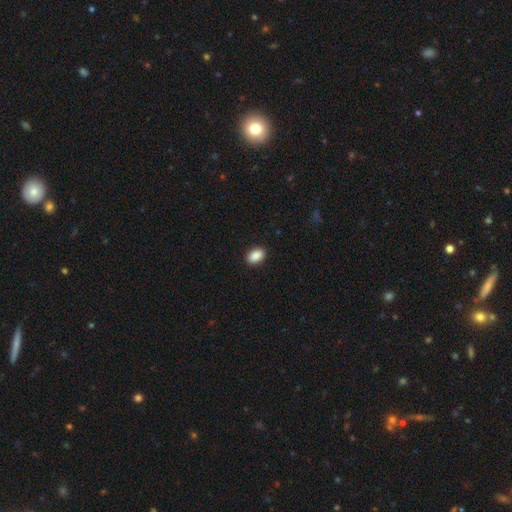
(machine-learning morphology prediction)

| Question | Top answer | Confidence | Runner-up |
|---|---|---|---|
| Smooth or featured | smooth | 90% | star or artifact (8%) |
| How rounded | in between | 86% | round (12%) |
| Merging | none | 90% | minor disturbance (7%) |